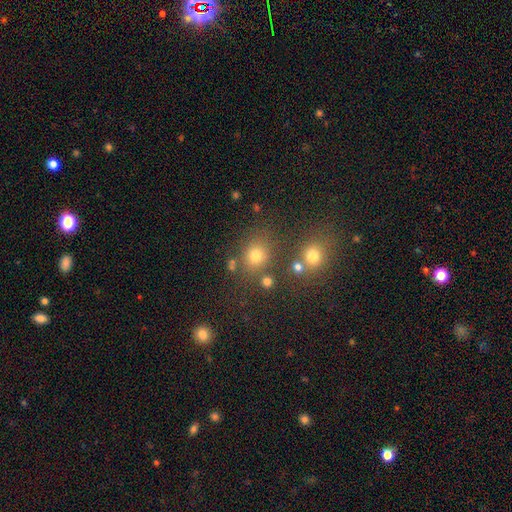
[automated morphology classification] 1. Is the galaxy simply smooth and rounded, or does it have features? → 70% smooth, 22% star or artifact, 8% featured or disk.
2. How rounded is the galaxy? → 72% round, 26% in between, 1% cigar-shaped.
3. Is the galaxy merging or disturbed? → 70% none, 14% merger, 11% minor disturbance, 5% major disturbance.